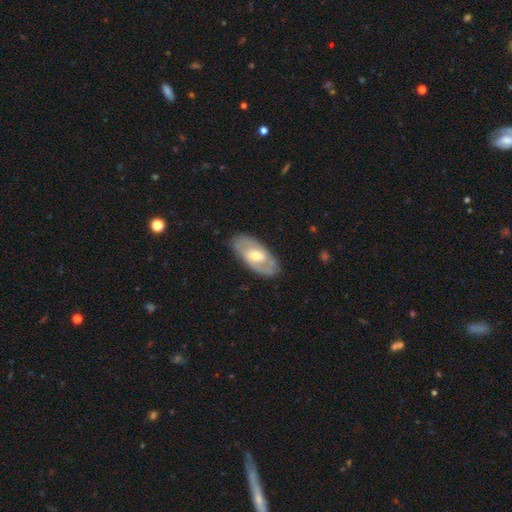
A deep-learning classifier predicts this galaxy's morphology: A featured or disk galaxy (63%) with a weak bar (43%), spiral arms (58%) and a moderate central bulge (67%). Merging: none (82%).